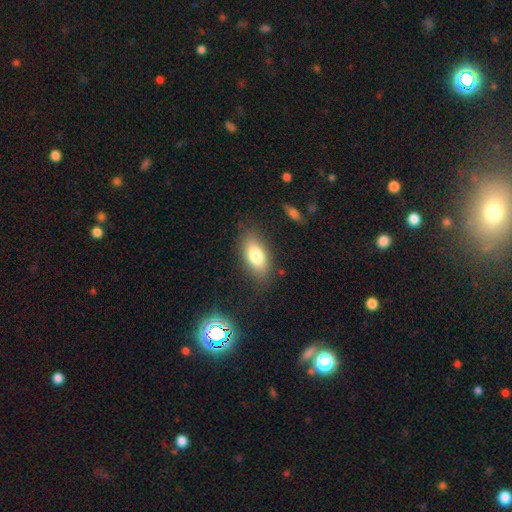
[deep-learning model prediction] Overall: smooth (79%). How rounded: in between (88%). Merging: none (82%).